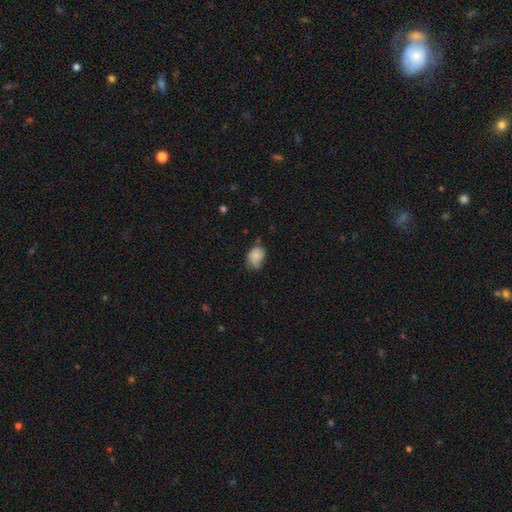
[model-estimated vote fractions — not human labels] This is likely a smooth galaxy (70%). How rounded: likely in between (65%). Merging: marginally minor disturbance (43%).